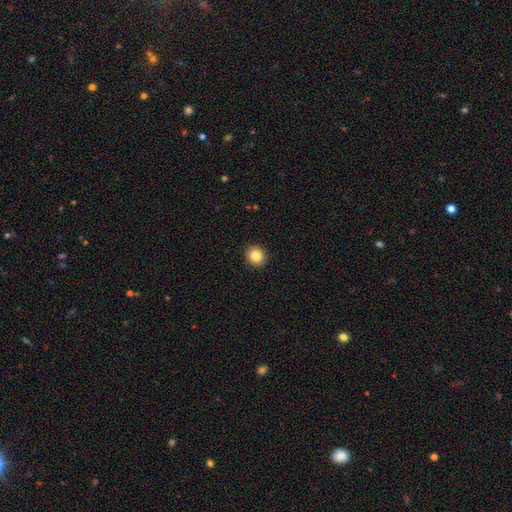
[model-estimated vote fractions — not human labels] Smooth or featured? smooth (85%)
How rounded? round (85%)
Merging? none (92%)